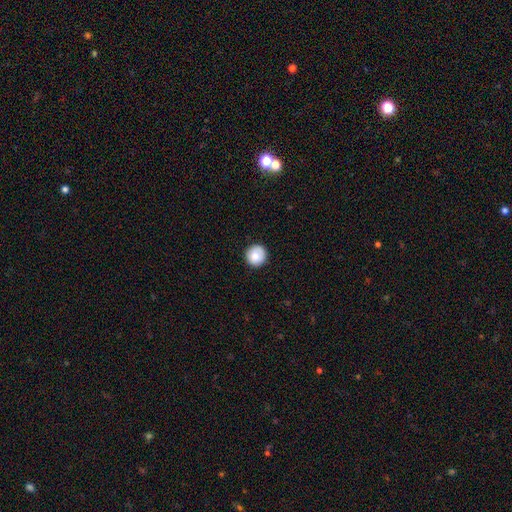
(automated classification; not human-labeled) Overall: smooth (83%). How rounded: round (95%). Merging: none (88%).